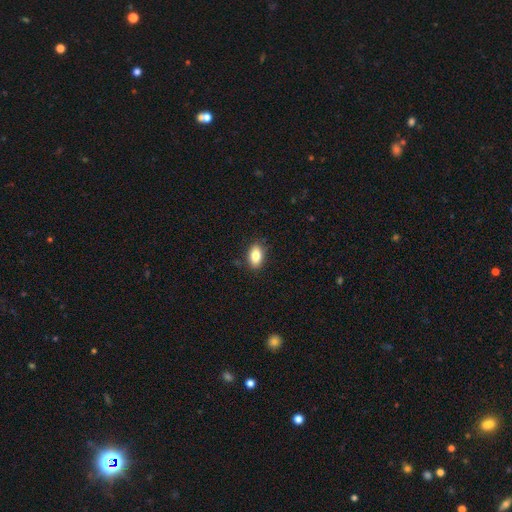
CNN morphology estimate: This is clearly a smooth galaxy (83%). How rounded: clearly in between (89%). Merging: clearly none (86%).